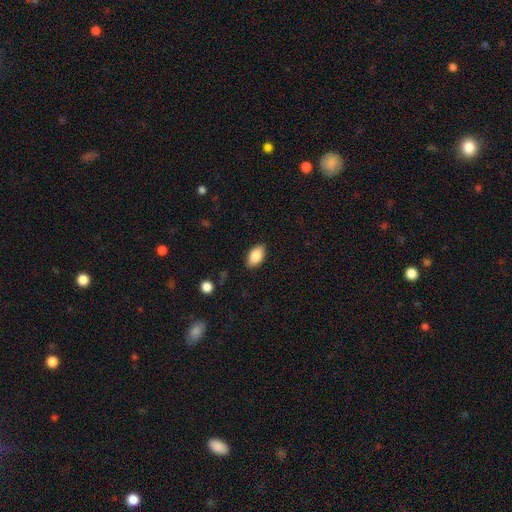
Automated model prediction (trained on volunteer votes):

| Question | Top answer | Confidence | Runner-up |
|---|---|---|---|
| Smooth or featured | smooth | 85% | featured or disk (8%) |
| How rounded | in between | 93% | round (5%) |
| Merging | none | 85% | minor disturbance (11%) |